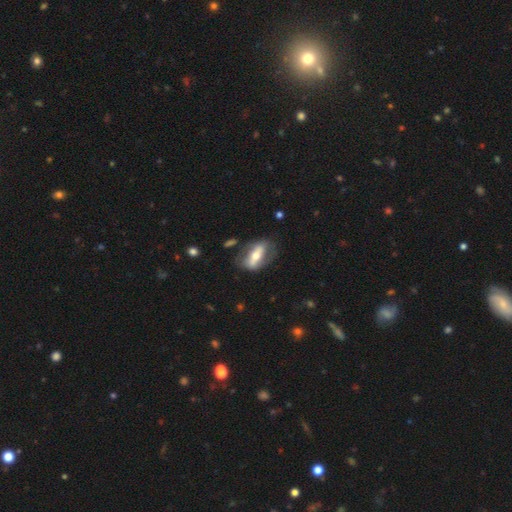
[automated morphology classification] This appears to be a featured or disk galaxy (62%). Merging: none (65%).